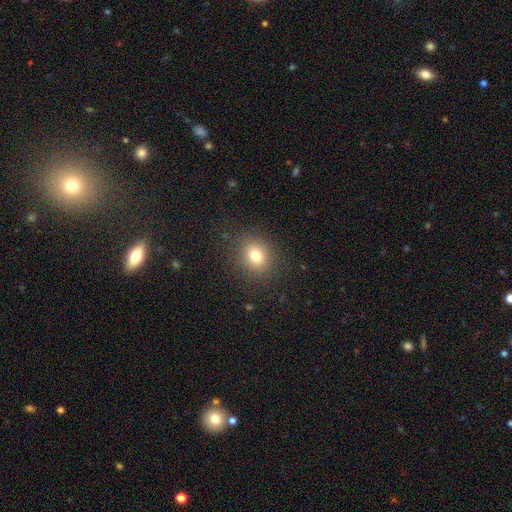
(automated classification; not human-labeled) Smooth or featured: smooth — 78% (star or artifact — 13%)
How rounded: round — 67% (in between — 33%)
Merging: none — 87% (minor disturbance — 9%)